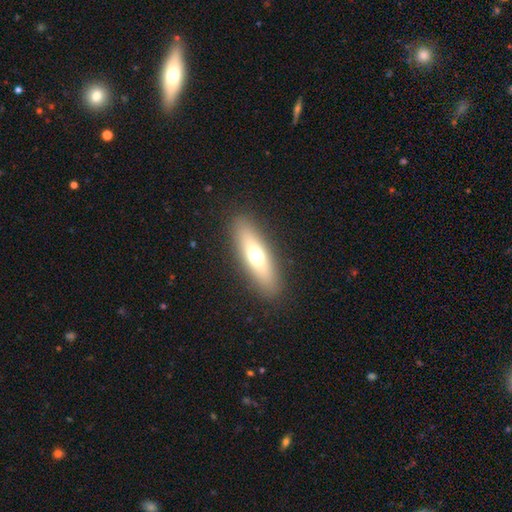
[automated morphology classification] Overall: smooth (61%; featured or disk 32%). How rounded: cigar-shaped (65%; in between 33%). Merging: none (89%).